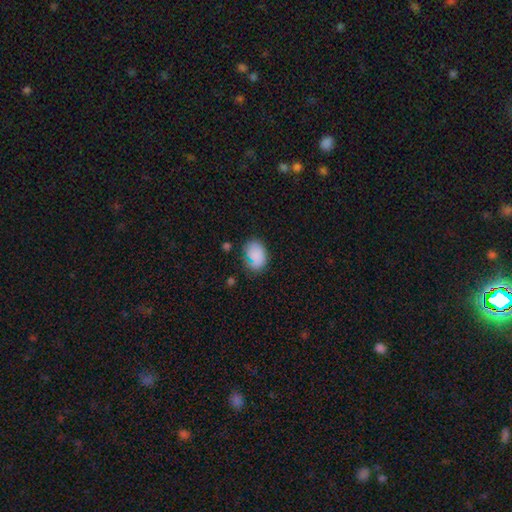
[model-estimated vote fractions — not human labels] Overall: smooth (81%). How rounded: in between (75%). Merging: none (69%).